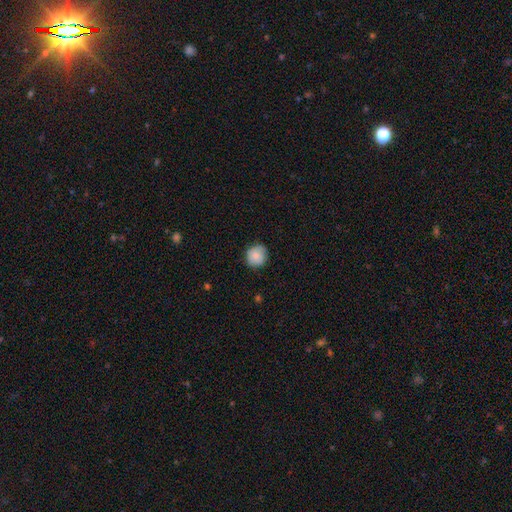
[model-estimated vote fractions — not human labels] Smooth or featured: smooth — 83% (featured or disk — 10%)
How rounded: round — 90% (in between — 9%)
Merging: none — 79% (minor disturbance — 17%)